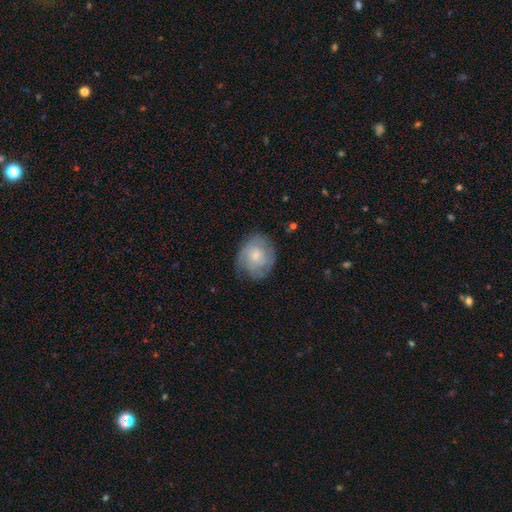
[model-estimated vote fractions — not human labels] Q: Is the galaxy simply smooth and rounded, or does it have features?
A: smooth — 49%.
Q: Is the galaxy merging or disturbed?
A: none — 65%.